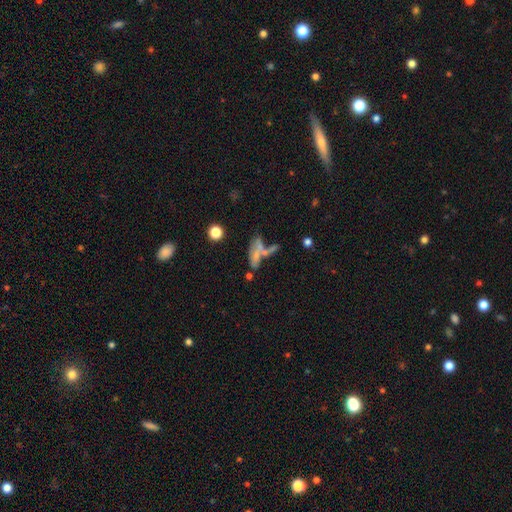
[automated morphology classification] The model was most divided on "how rounded": in between: 52%, cigar-shaped: 42%, round: 6%. Remaining: smooth or featured — smooth (53%); merging — merger (42%).